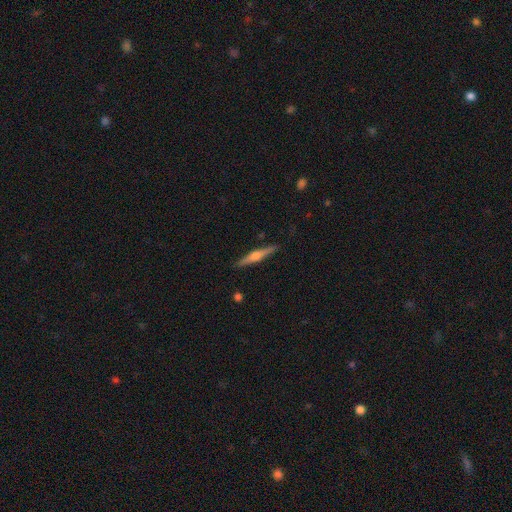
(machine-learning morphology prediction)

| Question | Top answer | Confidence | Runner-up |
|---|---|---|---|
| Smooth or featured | featured or disk | 67% | smooth (27%) |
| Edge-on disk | yes | 98% | no (2%) |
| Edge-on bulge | rounded | 87% | boxy (7%) |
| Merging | none | 90% | minor disturbance (7%) |